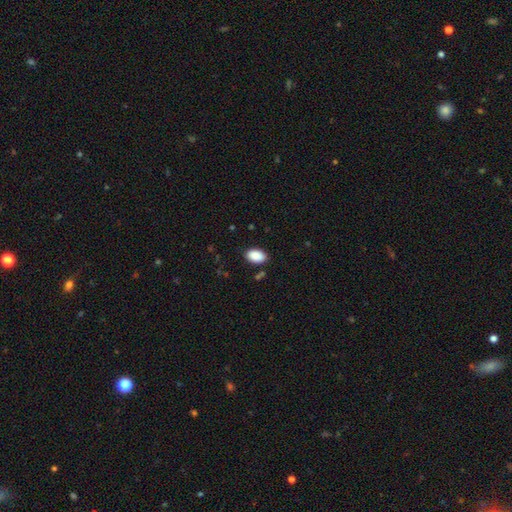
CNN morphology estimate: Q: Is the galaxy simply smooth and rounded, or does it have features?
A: smooth — 90%.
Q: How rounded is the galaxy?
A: in between — 92%.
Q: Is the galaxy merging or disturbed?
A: none — 85%.